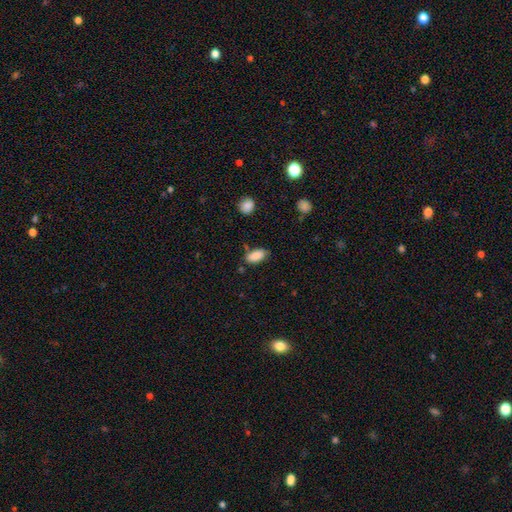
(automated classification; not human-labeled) A smooth galaxy with no disk features (86%) that is in between round and cigar-shaped (90%). Merging: none (69%).